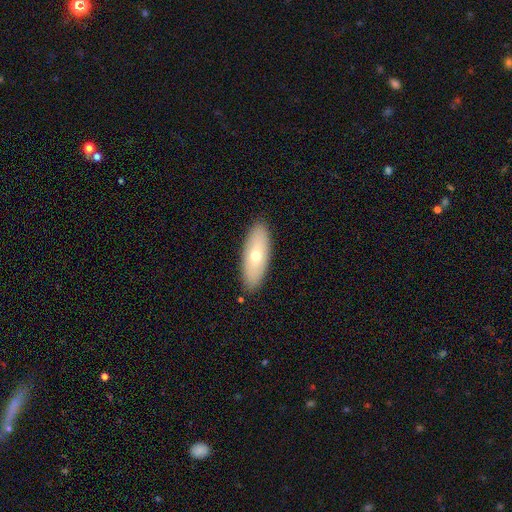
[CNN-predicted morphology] smooth 63%, featured or disk 31%, star or artifact 7%. Down the decision tree: how rounded — in between (68%); merging — none (89%).